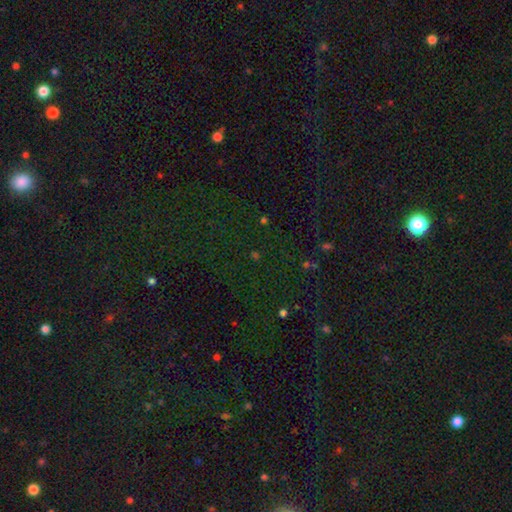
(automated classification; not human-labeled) The model was most divided on "smooth or featured": star or artifact: 69%, smooth: 23%, featured or disk: 8%.